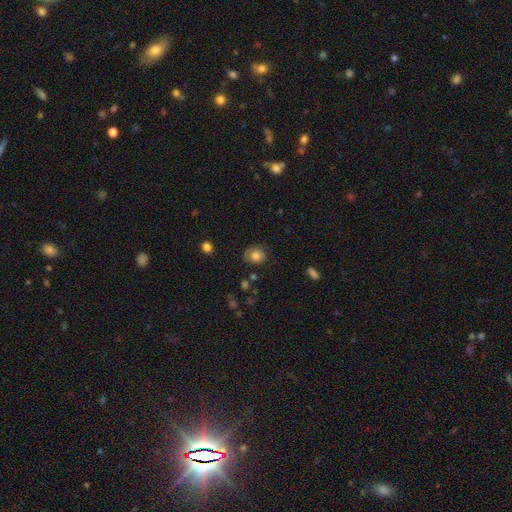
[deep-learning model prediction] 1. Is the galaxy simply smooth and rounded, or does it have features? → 74% smooth, 16% featured or disk, 9% star or artifact.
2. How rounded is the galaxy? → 66% round, 34% in between, 1% cigar-shaped.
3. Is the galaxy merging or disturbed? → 71% none, 20% minor disturbance, 7% major disturbance, 2% merger.